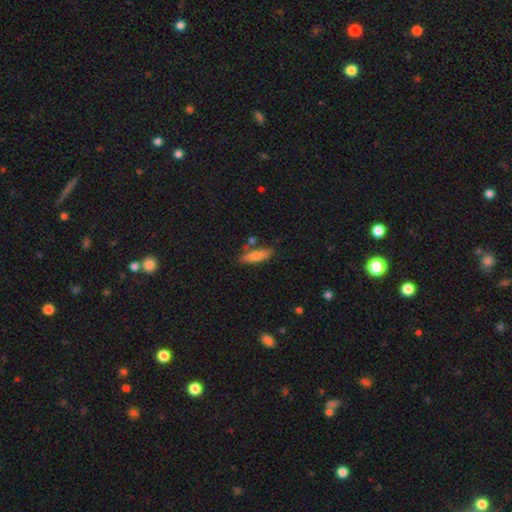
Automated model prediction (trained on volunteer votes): Smooth or featured: smooth — 73% (featured or disk — 20%)
How rounded: cigar-shaped — 59% (in between — 39%)
Merging: none — 75% (minor disturbance — 14%)